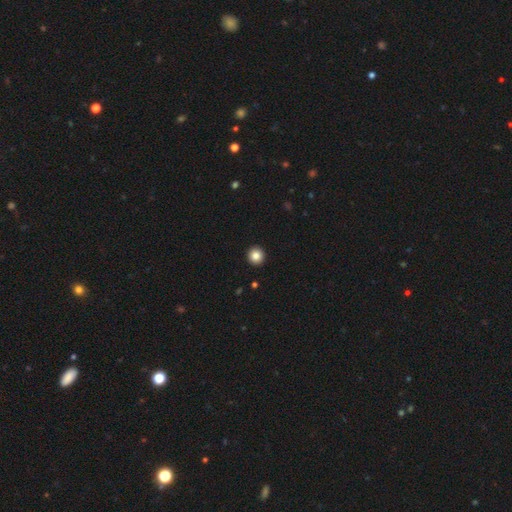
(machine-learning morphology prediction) A smooth galaxy with no disk features (85%) that is round (95%).

Vote fractions:
- Smooth or featured? smooth: 85% / star or artifact: 10% / featured or disk: 5%
- How rounded? round: 95% / in between: 4% / cigar-shaped: 1%
- Merging? none: 94% / minor disturbance: 4% / major disturbance: 1% / merger: 1%